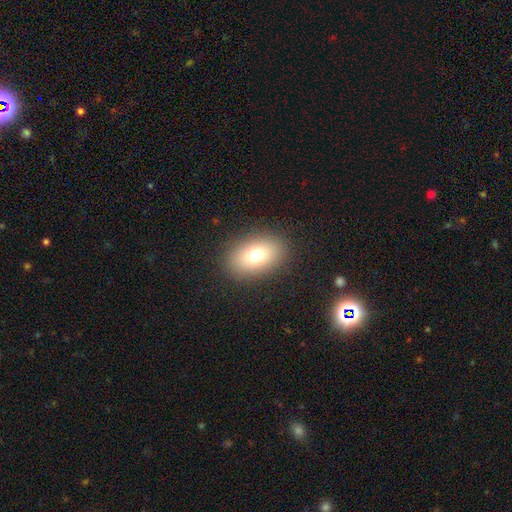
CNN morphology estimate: type=smooth (76%); roundness=in between (82%); merging=none (88%).